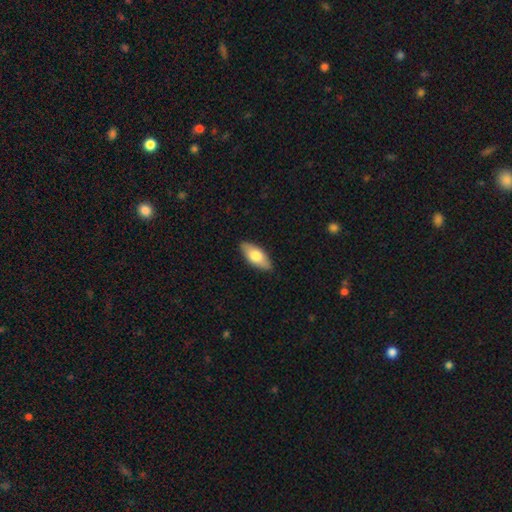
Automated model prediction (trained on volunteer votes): Smooth or featured? smooth (70%)
How rounded? in between (84%)
Merging? none (87%)